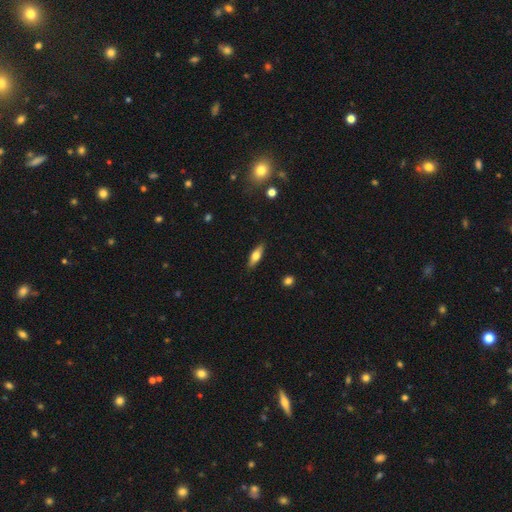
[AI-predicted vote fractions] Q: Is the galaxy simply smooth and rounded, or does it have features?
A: smooth — 59%.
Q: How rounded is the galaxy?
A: in between — 54%.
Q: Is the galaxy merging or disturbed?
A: none — 87%.